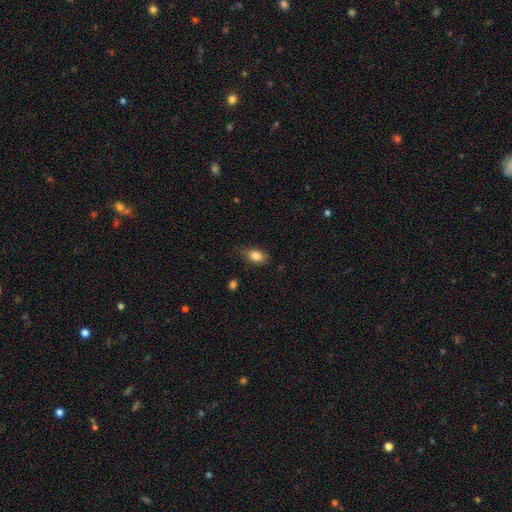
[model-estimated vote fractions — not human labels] smooth 83%, featured or disk 8%, star or artifact 8%. Down the decision tree: how rounded — in between (81%); merging — none (68%).